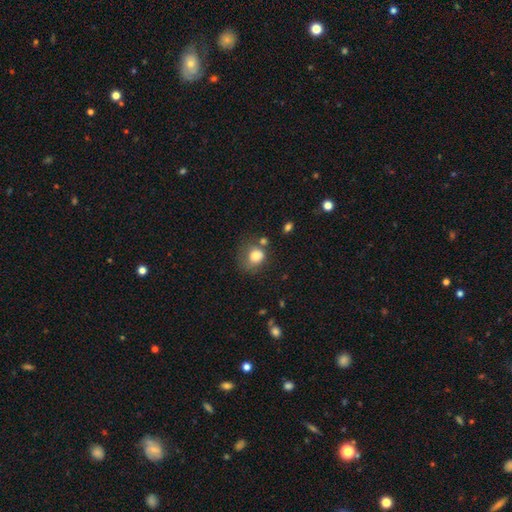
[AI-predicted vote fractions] A smooth galaxy with no disk features (79%) that is round (66%). Merging: none (41%).